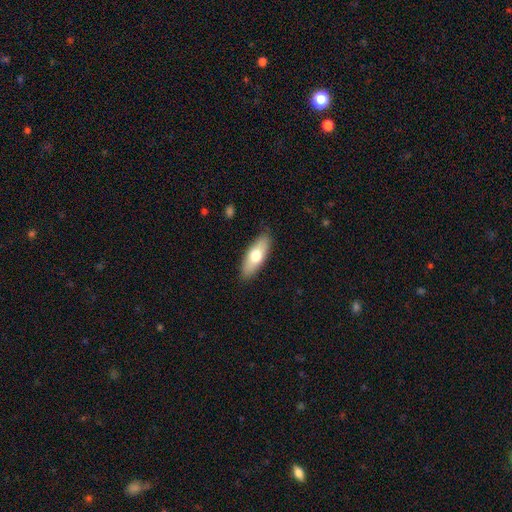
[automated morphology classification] Overall: smooth (66%; featured or disk 28%). How rounded: in between (70%). Merging: none (86%).